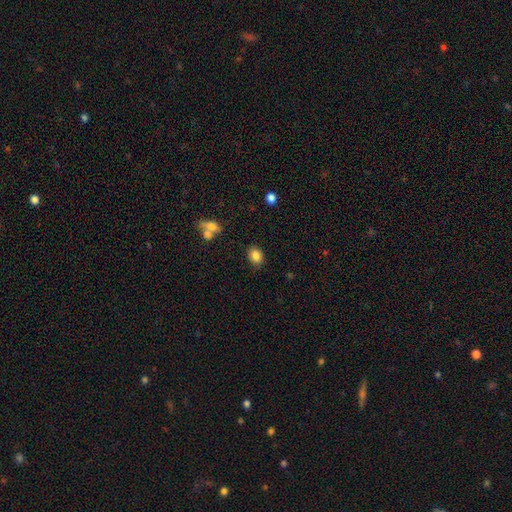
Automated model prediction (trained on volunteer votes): Q: Smooth or featured?
A: smooth (84%); runner-up: star or artifact (9%)
Q: How rounded?
A: in between (59%); runner-up: round (40%)
Q: Merging?
A: none (82%); runner-up: minor disturbance (11%)